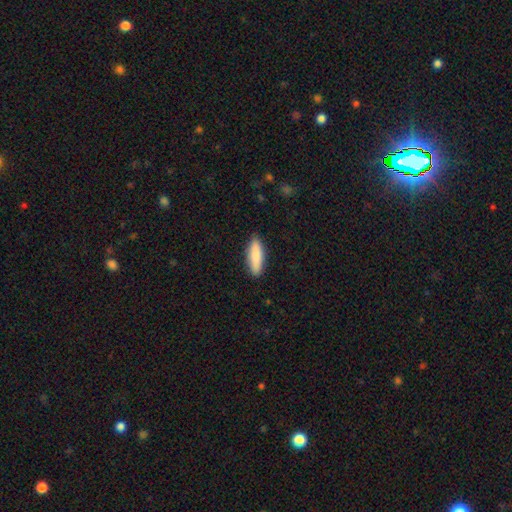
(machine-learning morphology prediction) A smooth galaxy with no disk features (85%) that is cigar-shaped (50%).

Vote fractions:
- Smooth or featured? smooth: 85% / featured or disk: 10% / star or artifact: 5%
- How rounded? cigar-shaped: 50% / in between: 49% / round: 2%
- Merging? none: 88% / minor disturbance: 9% / major disturbance: 2% / merger: 1%